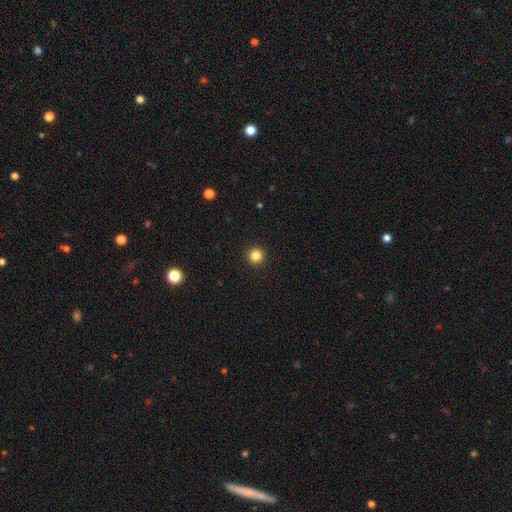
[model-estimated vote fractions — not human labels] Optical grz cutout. It shows a smooth galaxy with no disk features (84%) that is round (96%). Merging: none (94%).